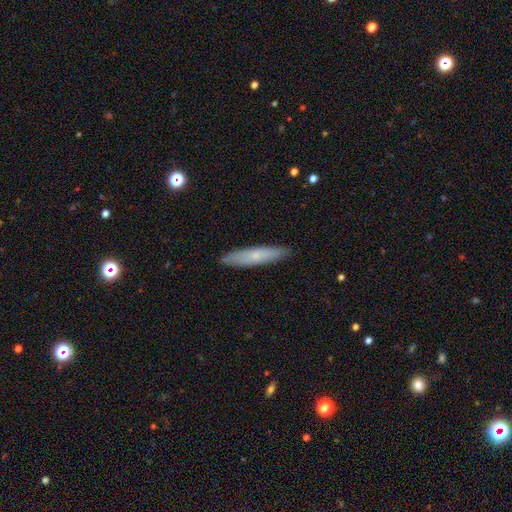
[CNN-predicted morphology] Smooth or featured? smooth (59%)
How rounded? cigar-shaped (87%)
Merging? none (89%)